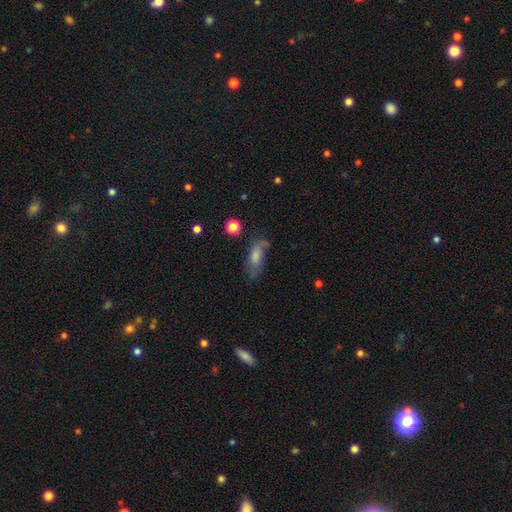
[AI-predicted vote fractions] smooth-or-featured: smooth: 68% | featured or disk: 23% | star or artifact: 9%
  how-rounded: in between: 73% | cigar-shaped: 23% | round: 4%
  merging: none: 53% | minor disturbance: 28% | major disturbance: 15% | merger: 4%